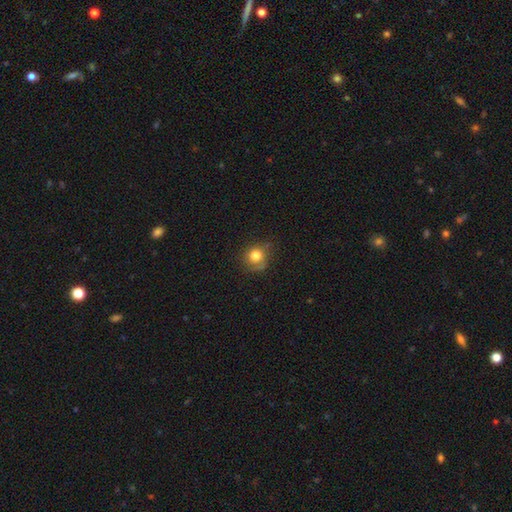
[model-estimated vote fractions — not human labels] Overall: smooth (78%). How rounded: round (85%). Merging: none (66%).